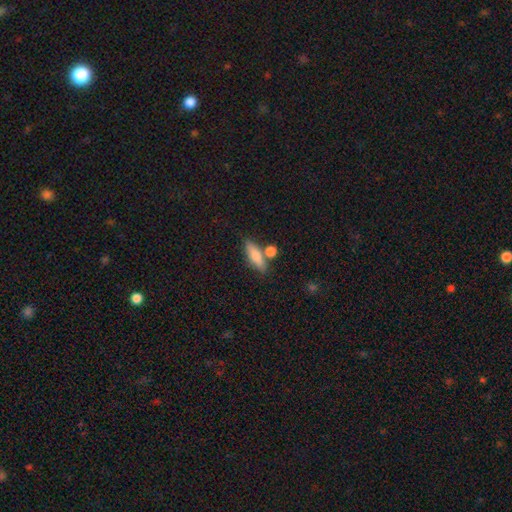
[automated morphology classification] Smooth or featured: smooth — 76% (featured or disk — 17%)
How rounded: cigar-shaped — 48% (in between — 47%)
Merging: none — 65% (merger — 19%)